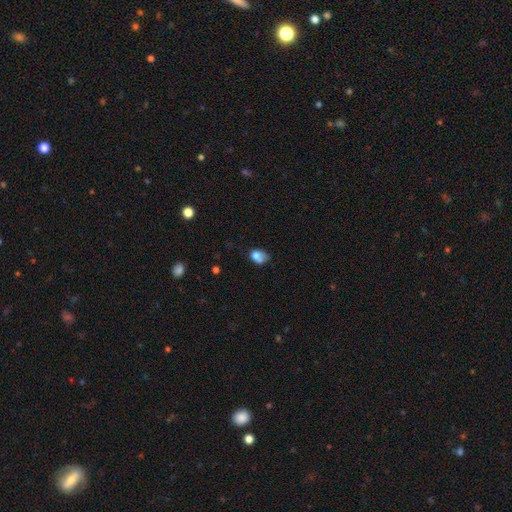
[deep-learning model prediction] This is likely a smooth galaxy (69%). How rounded: likely in between (65%). Merging: marginally none (29%, tied with merger).